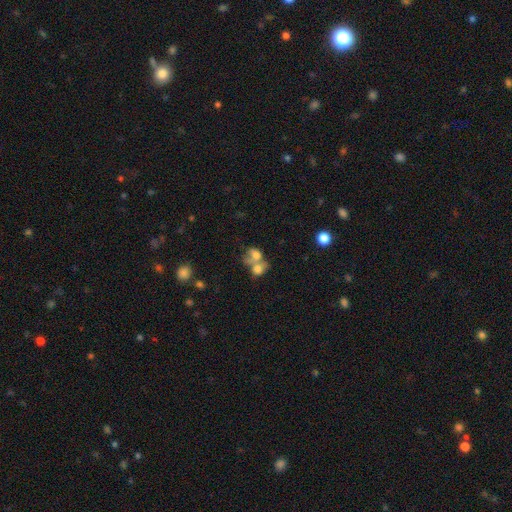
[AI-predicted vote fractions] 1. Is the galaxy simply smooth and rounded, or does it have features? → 66% smooth, 21% featured or disk, 12% star or artifact.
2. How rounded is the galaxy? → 57% in between, 42% round, 2% cigar-shaped.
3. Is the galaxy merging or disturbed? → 66% merger, 19% none, 8% minor disturbance, 7% major disturbance.